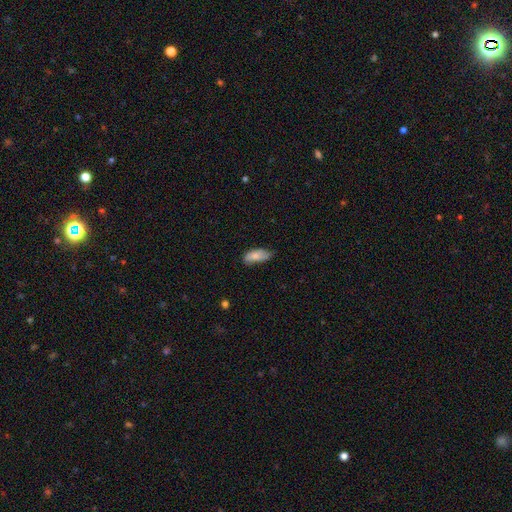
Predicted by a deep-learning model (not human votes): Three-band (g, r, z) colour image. It shows a smooth galaxy with no disk features (75%) that is in between round and cigar-shaped (86%). Merging: none (53%).